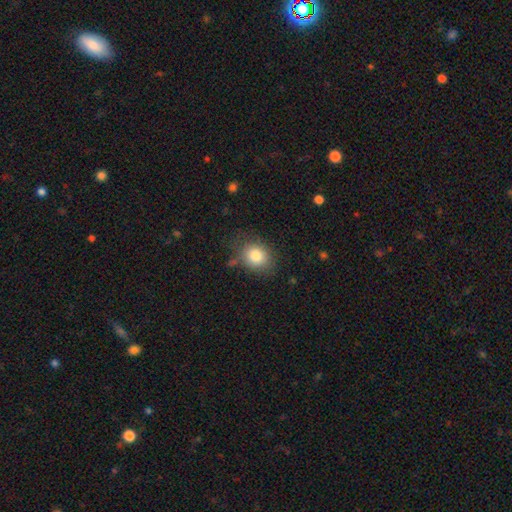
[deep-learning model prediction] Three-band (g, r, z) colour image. It shows a smooth galaxy with no disk features (82%) that is round (57%). Merging: none (75%).